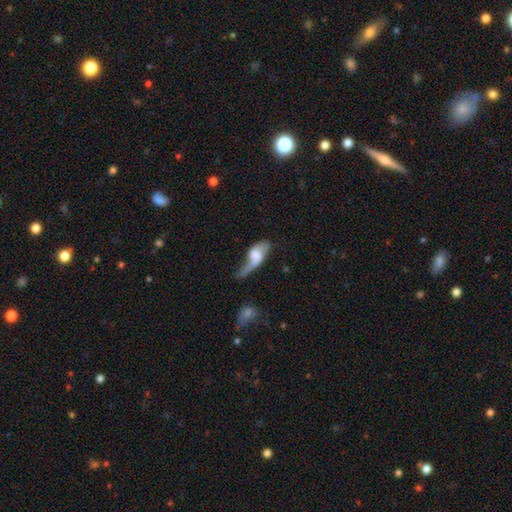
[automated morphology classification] Smooth or featured? featured or disk (54%)
Edge-on disk? no (87%)
Merging? major disturbance (42%)